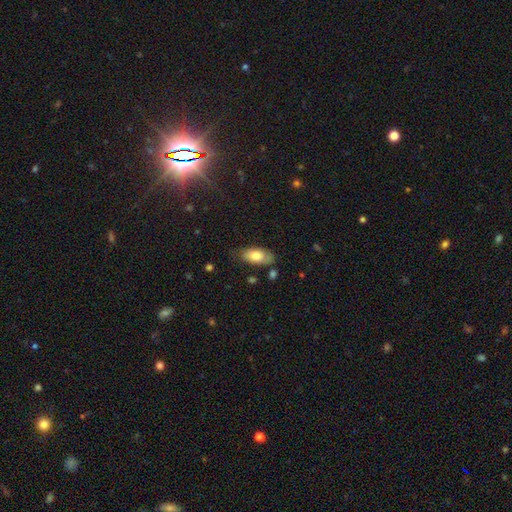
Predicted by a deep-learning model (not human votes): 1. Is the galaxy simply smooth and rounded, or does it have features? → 74% smooth, 19% featured or disk, 7% star or artifact.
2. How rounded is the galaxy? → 91% in between, 5% cigar-shaped, 3% round.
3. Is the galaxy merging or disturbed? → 70% none, 22% minor disturbance, 5% major disturbance, 3% merger.